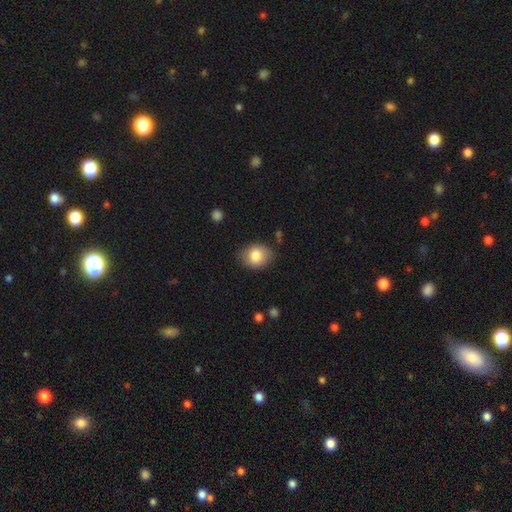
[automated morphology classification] Overall: smooth (82%). How rounded: in between (54%; round 46%). Merging: none (79%).